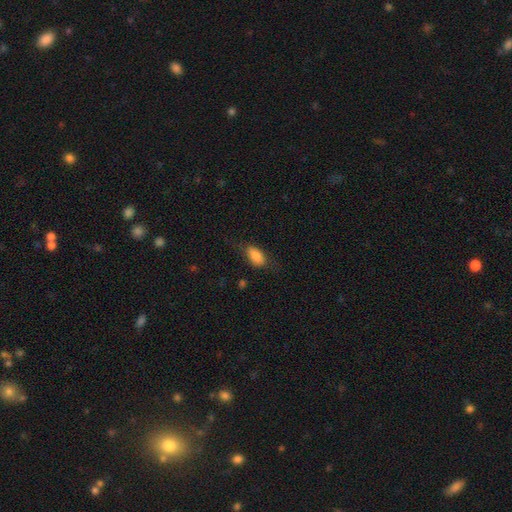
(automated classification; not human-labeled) smooth_or_featured: smooth (p=0.82) [alt: featured or disk p=0.10]
how_rounded: in between (p=0.90) [alt: cigar-shaped p=0.05]
merging: none (p=0.66) [alt: minor disturbance p=0.23]